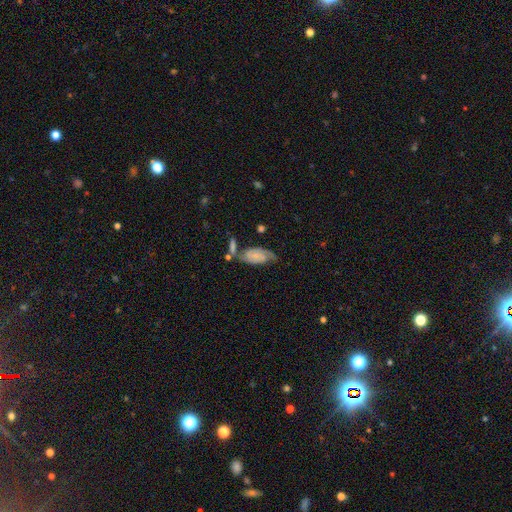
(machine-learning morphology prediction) smooth-or-featured: featured or disk: 60% | smooth: 33% | star or artifact: 8%
  disk-edge-on: no: 93% | yes: 7%
    bar: no: 68% | weak: 26% | strong: 6%
    has-spiral-arms: yes: 89% | no: 11%
    bulge-size: small: 60% | none: 21% | moderate: 15% | large: 3% | dominant: 2%
  merging: none: 47% | minor disturbance: 24% | merger: 18% | major disturbance: 12%